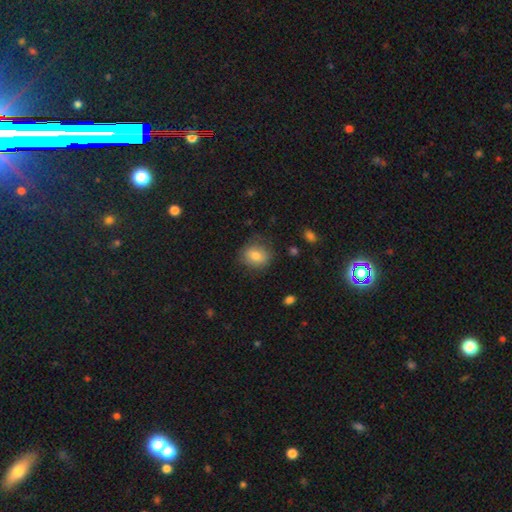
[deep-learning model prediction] Overall: smooth (79%). How rounded: round (67%; in between 32%). Merging: none (76%).